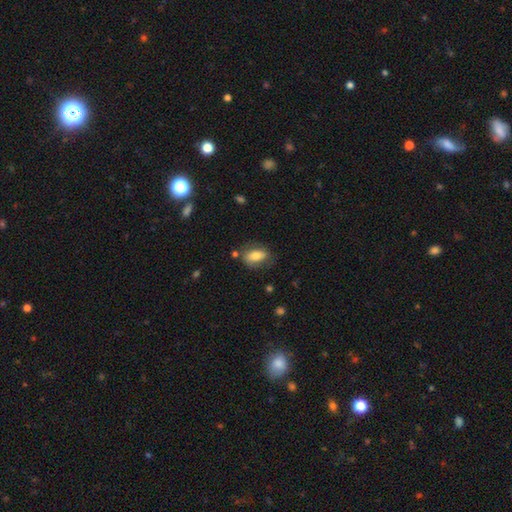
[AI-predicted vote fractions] Q: Smooth or featured?
A: smooth (71%); runner-up: featured or disk (22%)
Q: How rounded?
A: in between (85%); runner-up: round (9%)
Q: Merging?
A: none (69%); runner-up: minor disturbance (19%)